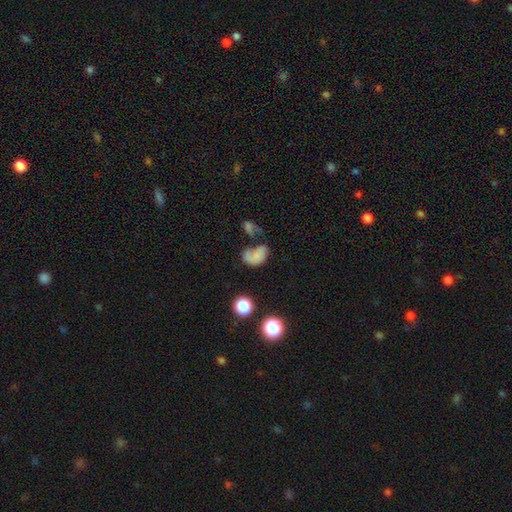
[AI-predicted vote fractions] smooth_or_featured: smooth (p=0.61) [alt: featured or disk p=0.25]
how_rounded: in between (p=0.79) [alt: round p=0.19]
merging: major disturbance (p=0.38) [alt: none p=0.23]